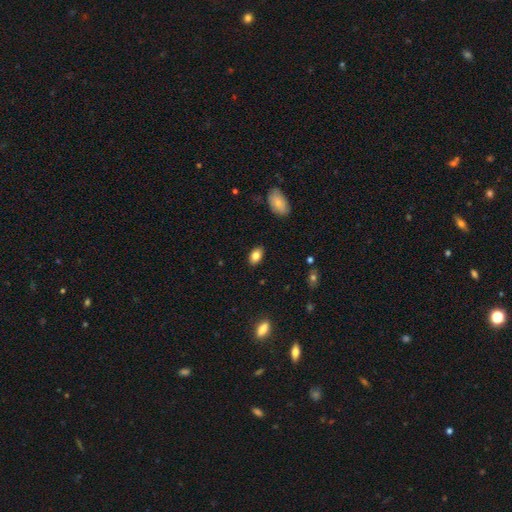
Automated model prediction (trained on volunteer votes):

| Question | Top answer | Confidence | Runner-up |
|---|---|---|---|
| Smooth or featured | smooth | 82% | featured or disk (9%) |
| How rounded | in between | 89% | round (9%) |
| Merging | none | 87% | minor disturbance (10%) |